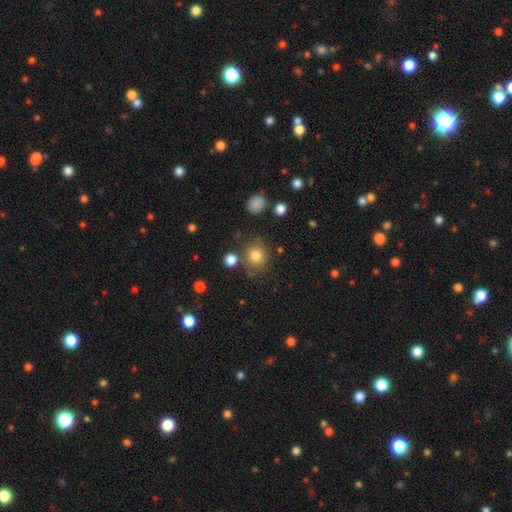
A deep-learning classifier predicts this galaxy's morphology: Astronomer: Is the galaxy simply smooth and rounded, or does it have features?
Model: smooth — 80%.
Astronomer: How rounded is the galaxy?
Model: round — 83%.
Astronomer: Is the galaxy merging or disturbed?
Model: none — 78%.